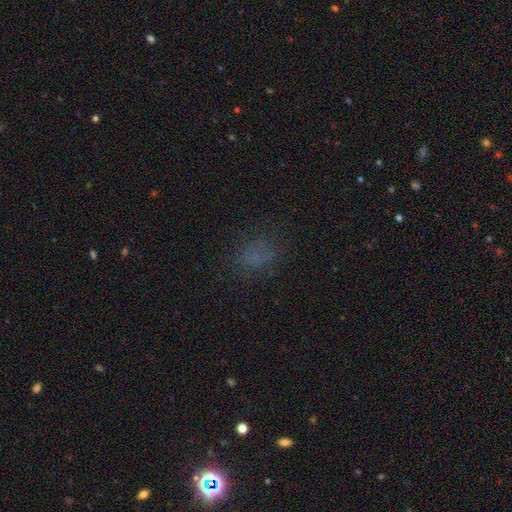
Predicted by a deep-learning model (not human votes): Overall: smooth (61%; star or artifact 25%). How rounded: in between (67%; round 30%). Merging: none (65%).